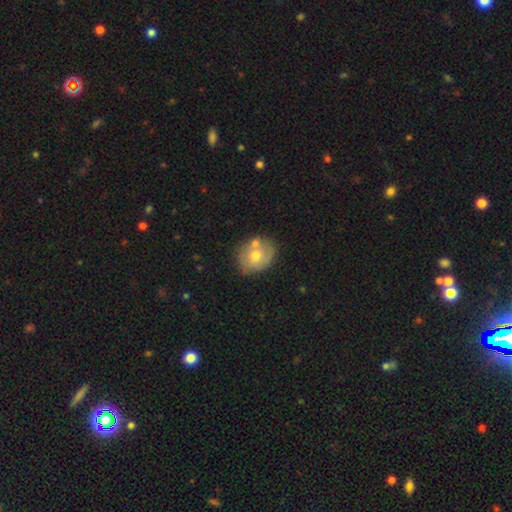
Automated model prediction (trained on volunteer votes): Overall: smooth (60%; featured or disk 32%). How rounded: round (60%; in between 39%). Merging: none (59%).